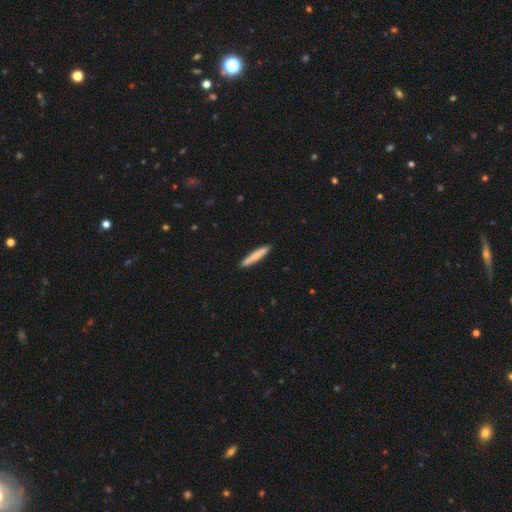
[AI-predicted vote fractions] smooth_or_featured: smooth (p=0.78) [alt: featured or disk p=0.17]
how_rounded: cigar-shaped (p=0.94) [alt: in between p=0.05]
merging: none (p=0.90) [alt: minor disturbance p=0.08]